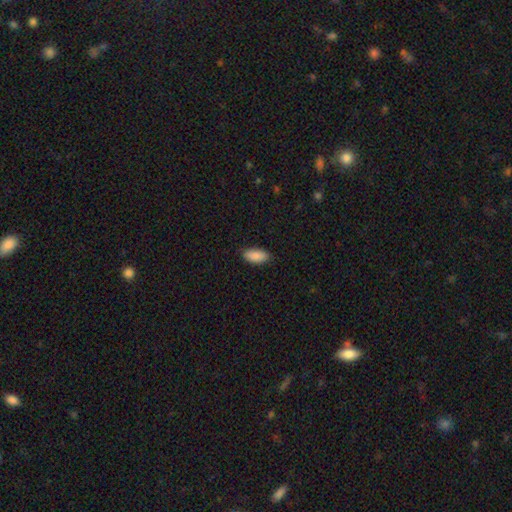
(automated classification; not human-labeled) A smooth galaxy with no disk features (90%) that is in between round and cigar-shaped (91%).

Vote fractions:
- Smooth or featured? smooth: 90% / star or artifact: 6% / featured or disk: 4%
- How rounded? in between: 91% / cigar-shaped: 7% / round: 2%
- Merging? none: 86% / minor disturbance: 11% / major disturbance: 2% / merger: 1%